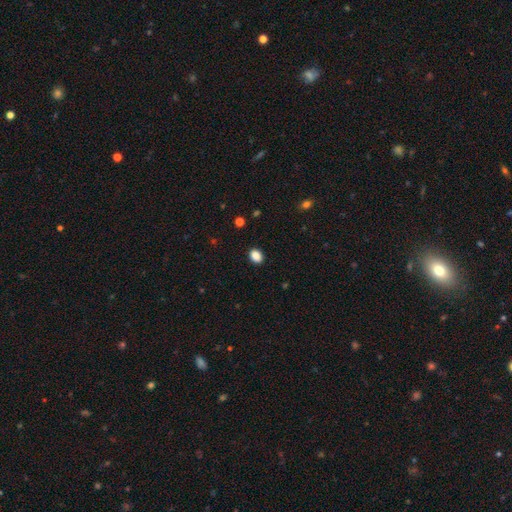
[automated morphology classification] Overall: smooth (88%). How rounded: in between (70%). Merging: none (90%).